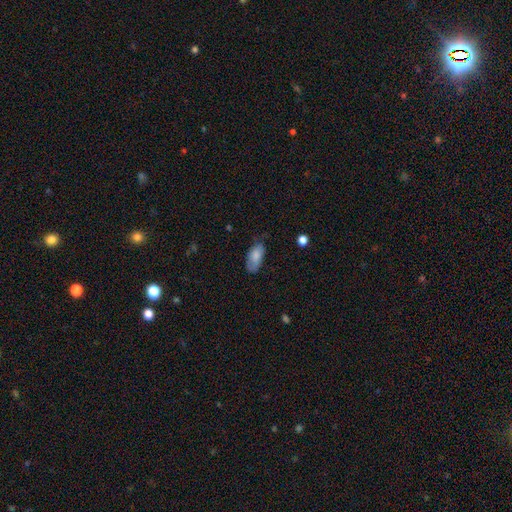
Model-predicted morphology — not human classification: smooth 79%, featured or disk 14%, star or artifact 7%. Down the decision tree: how rounded — in between (90%); merging — none (60%).